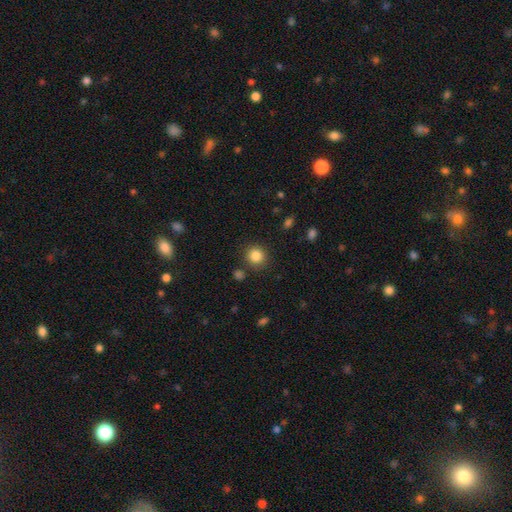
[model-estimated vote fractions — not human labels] Overall: smooth (85%). How rounded: round (90%). Merging: none (86%).